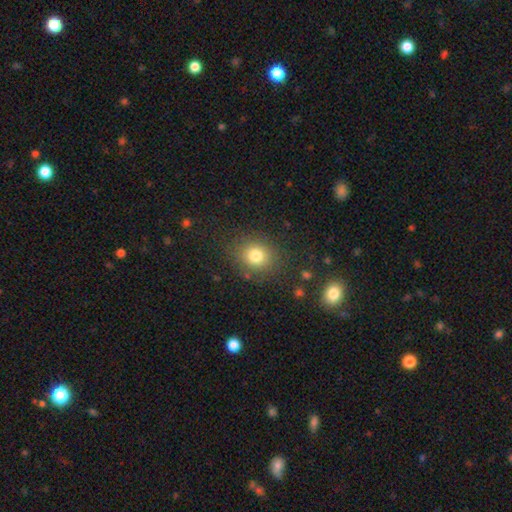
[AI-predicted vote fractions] Q: Smooth or featured?
A: smooth (79%); runner-up: star or artifact (13%)
Q: How rounded?
A: round (80%); runner-up: in between (19%)
Q: Merging?
A: none (85%); runner-up: minor disturbance (9%)